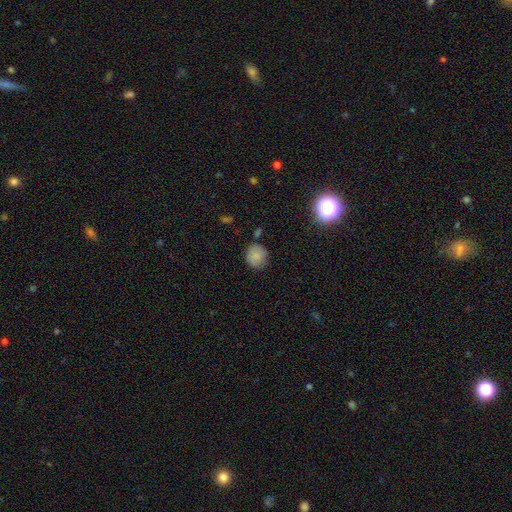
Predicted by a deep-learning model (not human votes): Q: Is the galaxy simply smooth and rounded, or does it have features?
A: smooth — 83%.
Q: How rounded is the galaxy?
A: round — 85%.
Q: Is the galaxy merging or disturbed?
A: none — 80%.